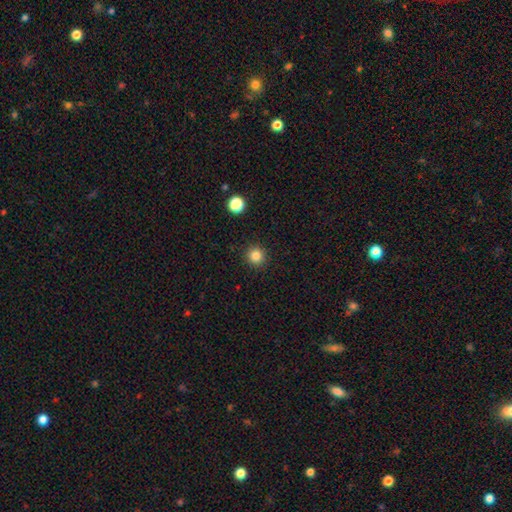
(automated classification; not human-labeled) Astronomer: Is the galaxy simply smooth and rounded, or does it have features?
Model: smooth — 84%.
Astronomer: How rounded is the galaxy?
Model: round — 95%.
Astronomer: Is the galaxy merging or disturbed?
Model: none — 92%.